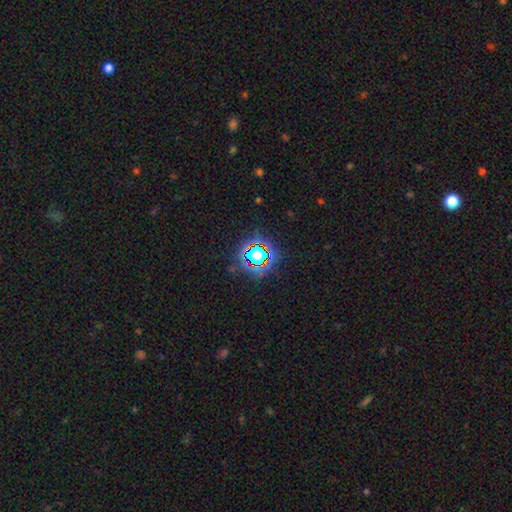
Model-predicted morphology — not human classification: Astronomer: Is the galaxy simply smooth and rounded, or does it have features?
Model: star or artifact — 66%.